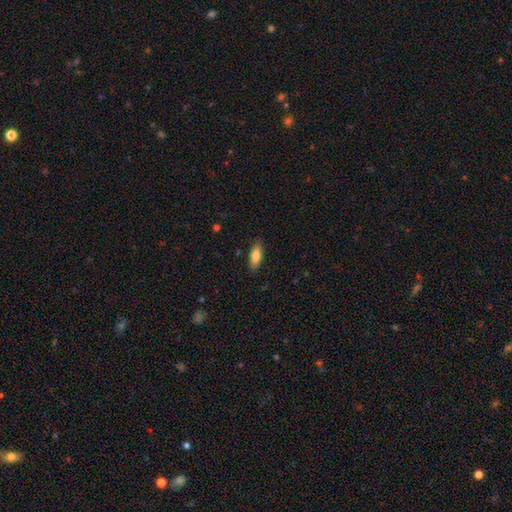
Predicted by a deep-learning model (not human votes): smooth-or-featured: smooth: 82% | featured or disk: 12% | star or artifact: 6%
  how-rounded: in between: 72% | cigar-shaped: 27% | round: 2%
  merging: none: 86% | minor disturbance: 11% | major disturbance: 2% | merger: 1%